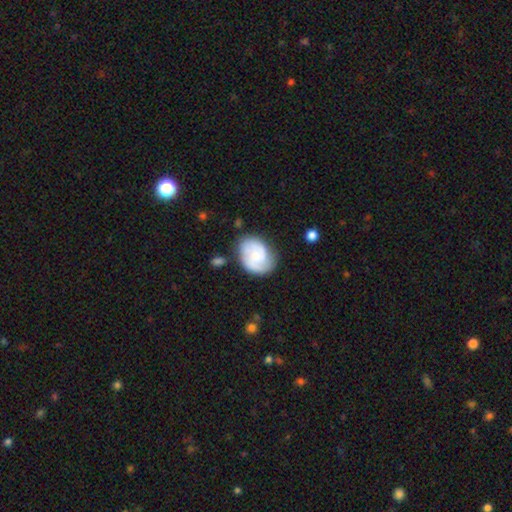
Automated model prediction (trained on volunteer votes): A featured or disk galaxy (57%) with no bar (66%), spiral arms (86%) and a small central bulge (51%).

Vote fractions:
- Smooth or featured? featured or disk: 57% / smooth: 37% / star or artifact: 6%
- Edge-on disk? no: 97% / yes: 3%
- Bar? no: 66% / weak: 30% / strong: 4%
- Spiral arms? yes: 86% / no: 14%
- Bulge size? small: 51% / moderate: 38% / none: 5% / large: 4% / dominant: 1%
- Merging? none: 67% / minor disturbance: 22% / major disturbance: 7% / merger: 4%